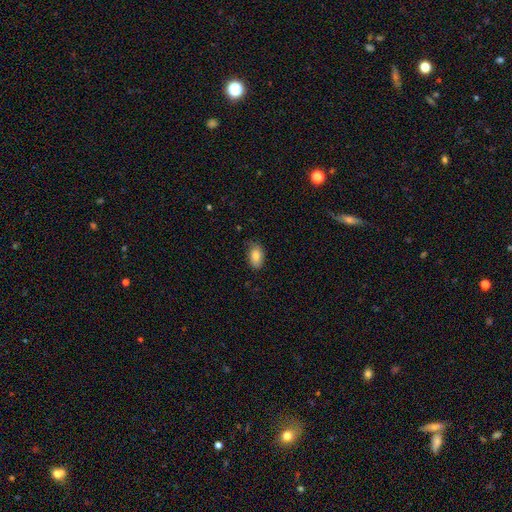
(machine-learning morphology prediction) Smooth or featured? Predicted: smooth (p=0.84). How rounded? Predicted: in between (p=0.89). Merging? Predicted: none (p=0.76).